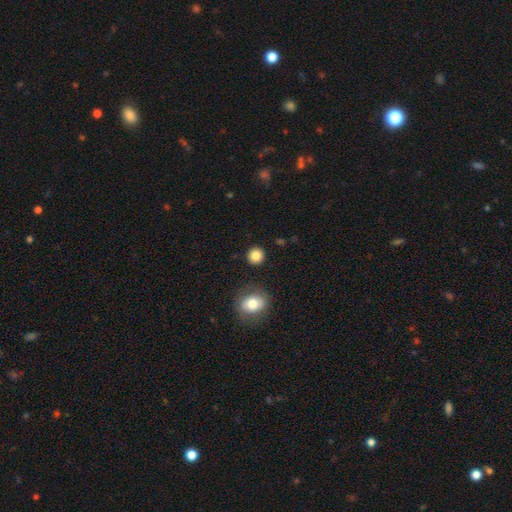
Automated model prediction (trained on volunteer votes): Smooth or featured? Predicted: smooth (p=0.85). How rounded? Predicted: round (p=0.91). Merging? Predicted: none (p=0.89).